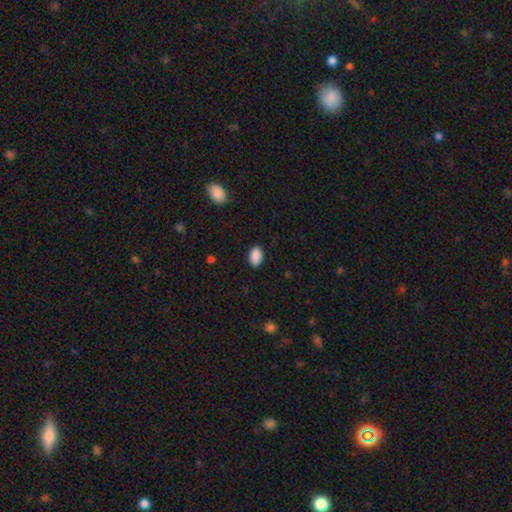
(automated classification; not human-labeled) Smooth or featured?
  - smooth: 90% *
  - star or artifact: 7%
  - featured or disk: 3%
How rounded?
  - in between: 89% *
  - round: 10%
  - cigar-shaped: 1%
Merging?
  - none: 86% *
  - minor disturbance: 11%
  - major disturbance: 2%
  - merger: 1%